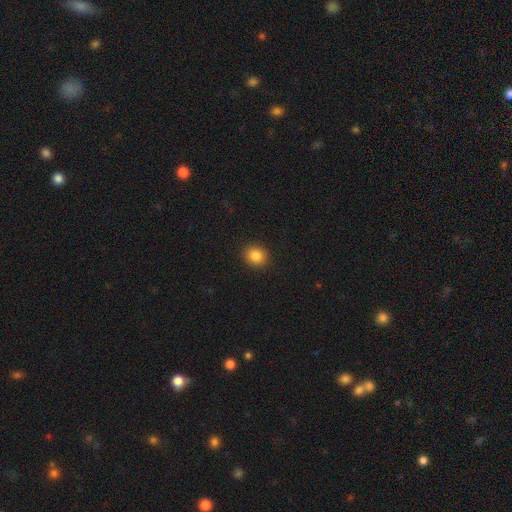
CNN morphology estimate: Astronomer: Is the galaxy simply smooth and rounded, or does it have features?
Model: smooth — 85%.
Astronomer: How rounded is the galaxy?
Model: round — 77%.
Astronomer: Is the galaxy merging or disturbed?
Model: none — 91%.